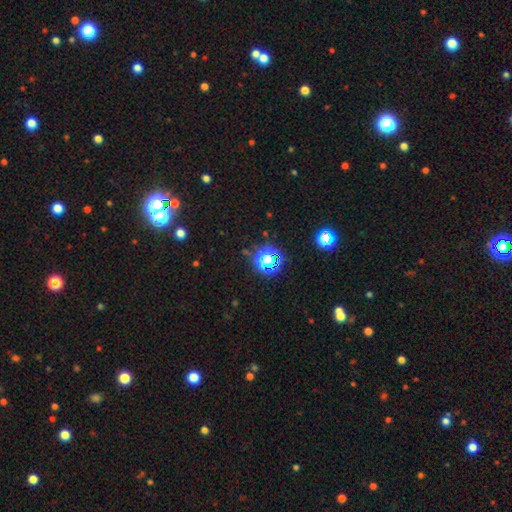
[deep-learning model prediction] This appears to be a star or artifact, not a galaxy (71%).